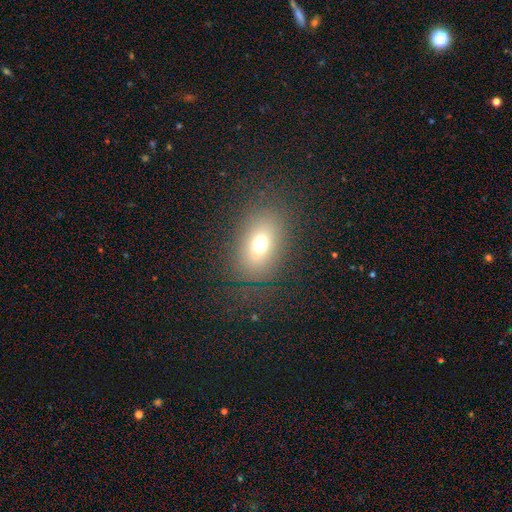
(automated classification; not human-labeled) Smooth or featured?
  - smooth: 66% *
  - featured or disk: 18%
  - star or artifact: 16%
How rounded?
  - in between: 74% *
  - round: 24%
  - cigar-shaped: 2%
Merging?
  - none: 74% *
  - minor disturbance: 13%
  - major disturbance: 7%
  - merger: 6%